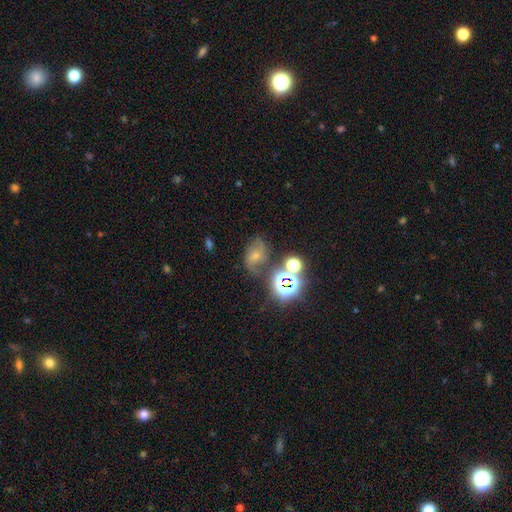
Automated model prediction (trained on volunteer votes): Smooth or featured? featured or disk (41%)
Merging? none (54%)